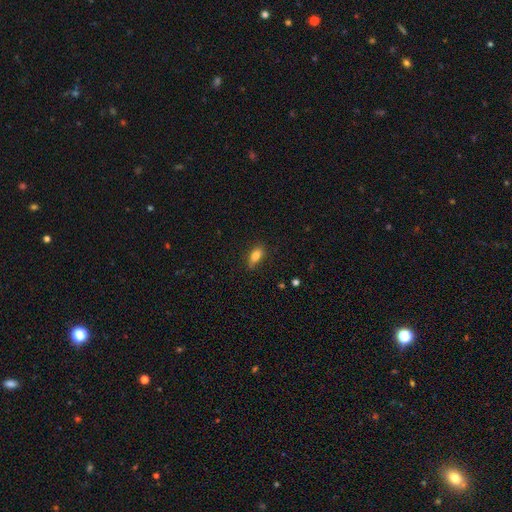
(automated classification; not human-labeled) A smooth galaxy with no disk features (79%) that is in between round and cigar-shaped (79%). Merging: none (74%).